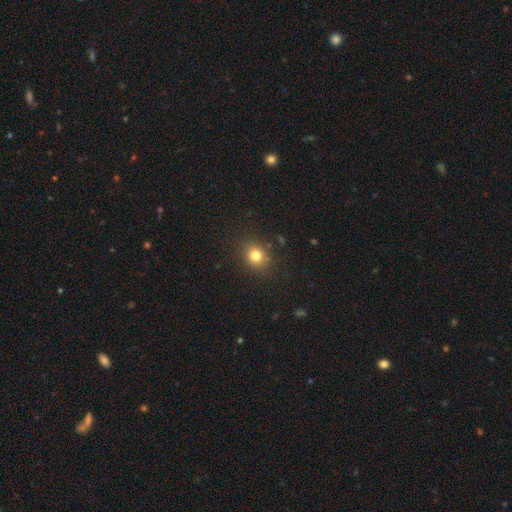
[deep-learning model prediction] Morphology: type=smooth (79%); roundness=round (72%); merging=none (85%).